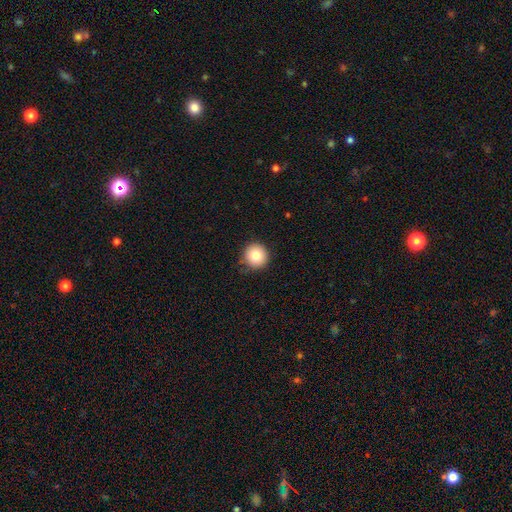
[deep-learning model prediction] Overall: smooth (81%). How rounded: round (95%). Merging: none (87%).